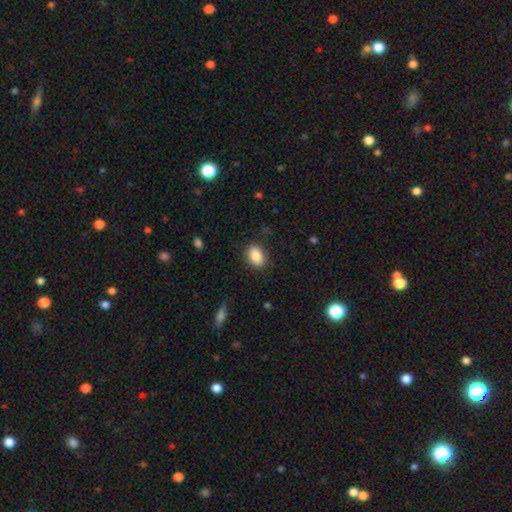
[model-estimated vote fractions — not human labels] Overall: smooth (87%). How rounded: in between (85%). Merging: none (83%).